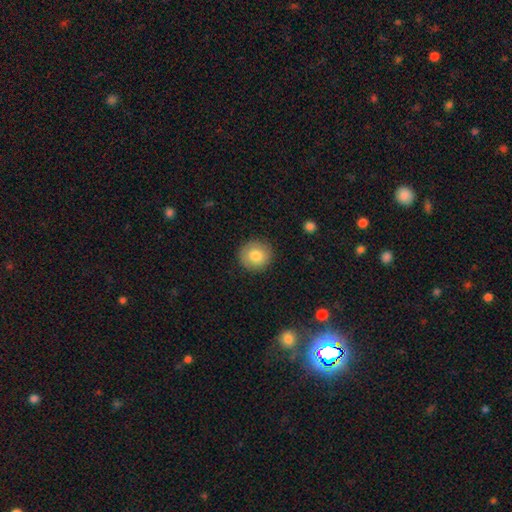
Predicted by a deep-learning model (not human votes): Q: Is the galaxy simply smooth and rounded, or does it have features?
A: smooth — 81%.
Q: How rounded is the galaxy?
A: round — 90%.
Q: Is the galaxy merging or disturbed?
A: none — 90%.